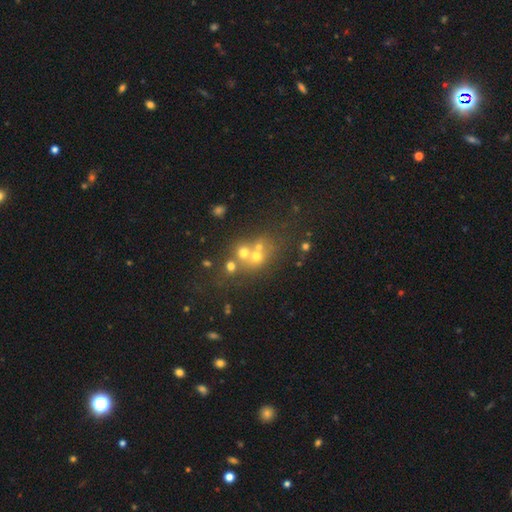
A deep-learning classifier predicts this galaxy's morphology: Smooth or featured? smooth (43%)
Merging? merger (42%, tied with none)